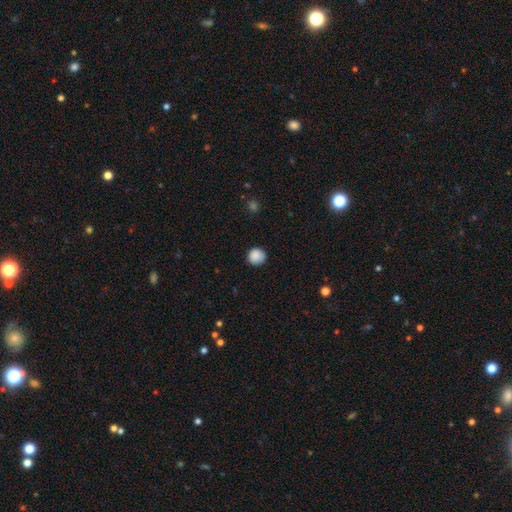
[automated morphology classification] Smooth or featured? smooth (88%)
How rounded? round (92%)
Merging? none (88%)